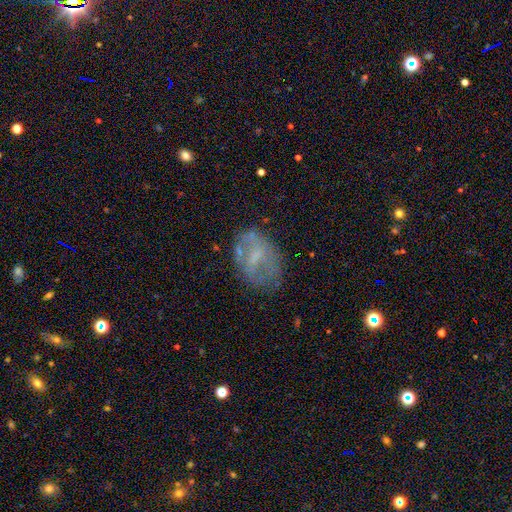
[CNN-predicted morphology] Q: Smooth or featured?
A: featured or disk (52%); runner-up: smooth (38%)
Q: Edge-on disk?
A: no (95%); runner-up: yes (5%)
Q: Merging?
A: none (59%); runner-up: minor disturbance (23%)